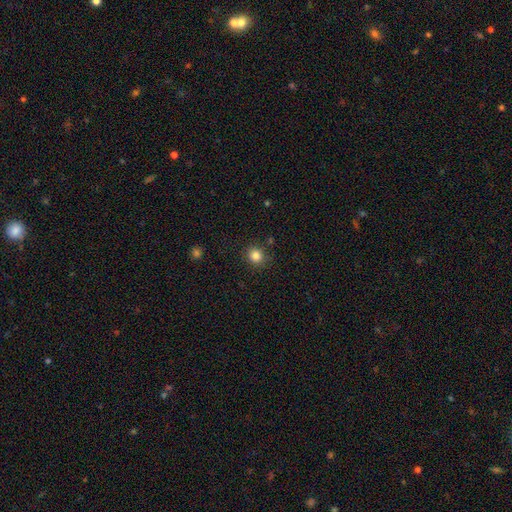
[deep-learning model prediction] The model was most divided on "smooth or featured": smooth: 84%, star or artifact: 11%, featured or disk: 5%. More confident: how rounded — round (87%); merging — none (87%).